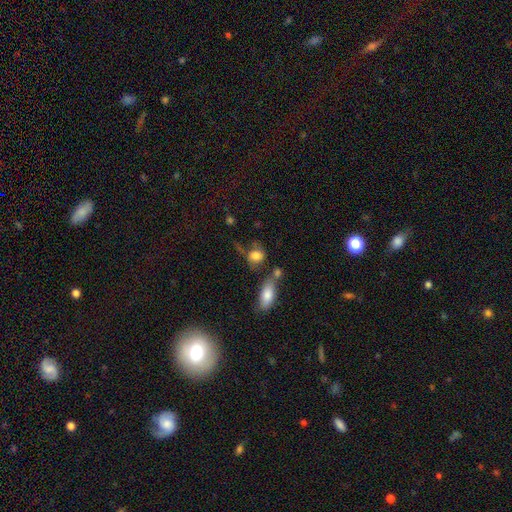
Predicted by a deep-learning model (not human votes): A smooth galaxy with no disk features (77%) that is in between round and cigar-shaped (55%).

Vote fractions:
- Smooth or featured? smooth: 77% / featured or disk: 13% / star or artifact: 10%
- How rounded? in between: 55% / round: 42% / cigar-shaped: 3%
- Merging? none: 41% / minor disturbance: 22% / merger: 22% / major disturbance: 15%